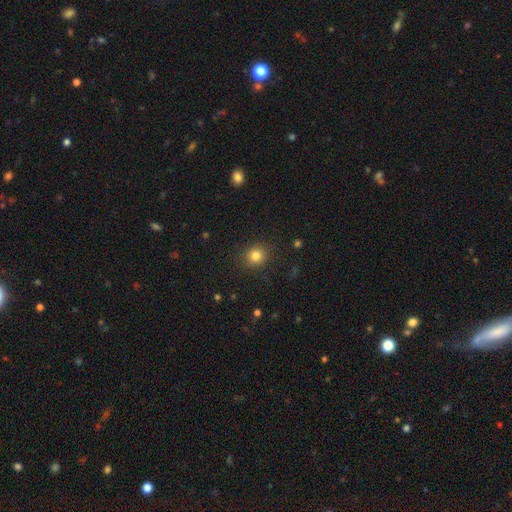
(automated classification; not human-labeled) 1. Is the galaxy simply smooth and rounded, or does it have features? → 81% smooth, 13% star or artifact, 6% featured or disk.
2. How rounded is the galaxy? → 85% round, 14% in between, 1% cigar-shaped.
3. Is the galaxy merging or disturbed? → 89% none, 7% minor disturbance, 3% major disturbance, 1% merger.